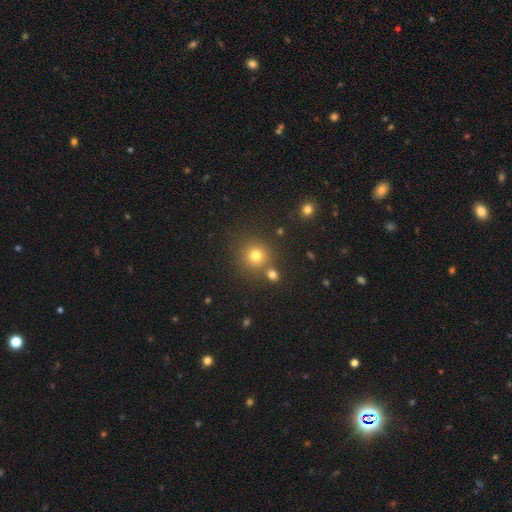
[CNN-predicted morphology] This is likely a smooth galaxy (76%). How rounded: clearly round (91%). Merging: likely none (76%).